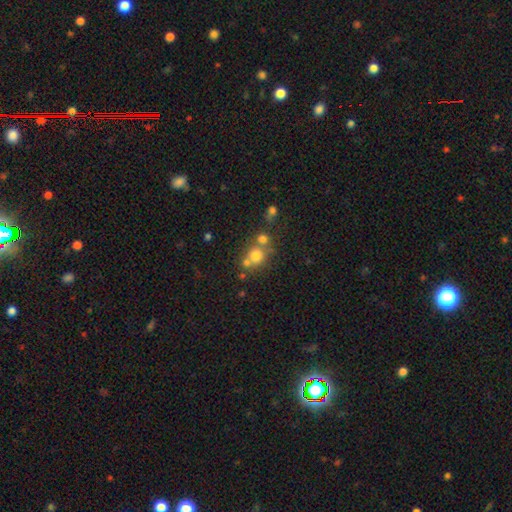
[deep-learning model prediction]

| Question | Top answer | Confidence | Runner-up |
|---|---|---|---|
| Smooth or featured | smooth | 69% | star or artifact (16%) |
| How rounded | round | 84% | in between (15%) |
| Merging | none | 50% | merger (37%) |